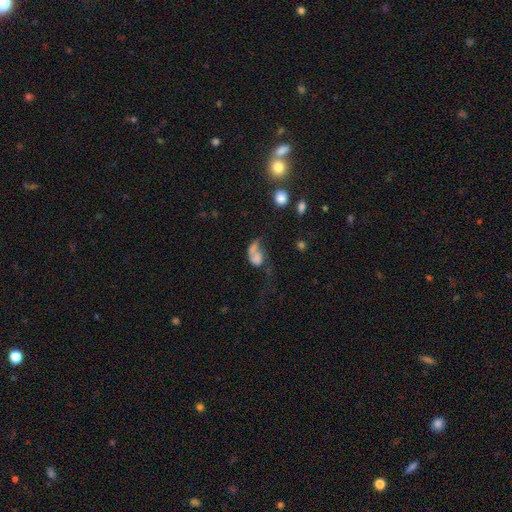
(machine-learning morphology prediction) Overall: smooth (51%; featured or disk 36%). How rounded: in between (76%). Merging: major disturbance (41%; merger 27%).